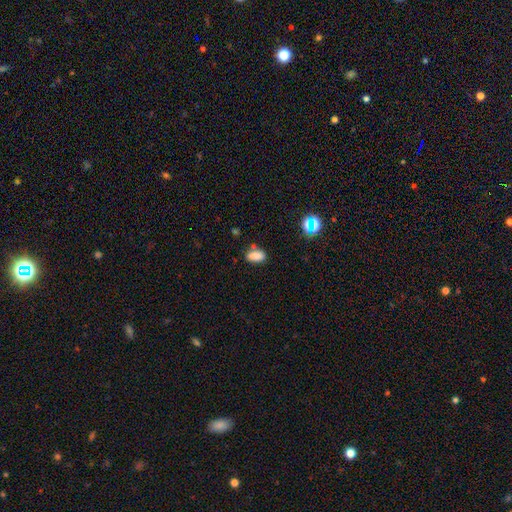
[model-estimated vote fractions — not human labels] Morphology: type=smooth (81%); roundness=in between (87%); merging=none (70%).